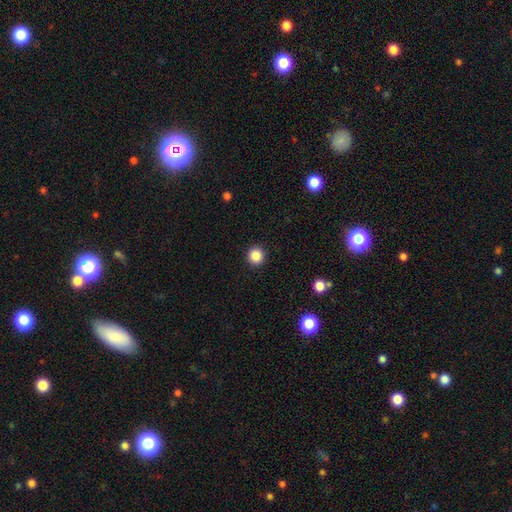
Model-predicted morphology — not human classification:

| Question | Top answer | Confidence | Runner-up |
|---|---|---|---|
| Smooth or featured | smooth | 87% | star or artifact (10%) |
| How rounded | round | 95% | in between (4%) |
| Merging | none | 93% | minor disturbance (4%) |